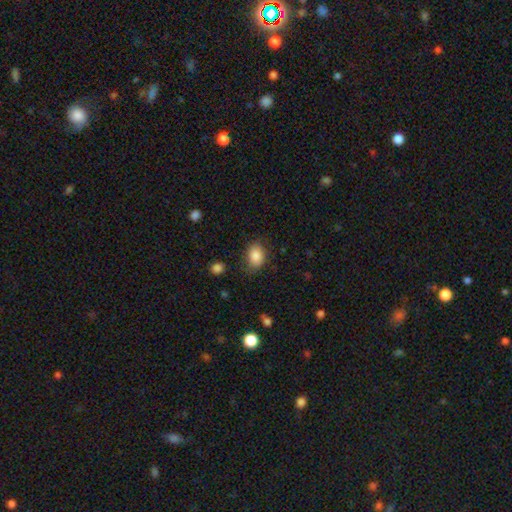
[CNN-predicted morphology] smooth_or_featured: smooth (p=0.86) [alt: star or artifact p=0.08]
how_rounded: in between (p=0.78) [alt: round p=0.21]
merging: none (p=0.77) [alt: minor disturbance p=0.17]